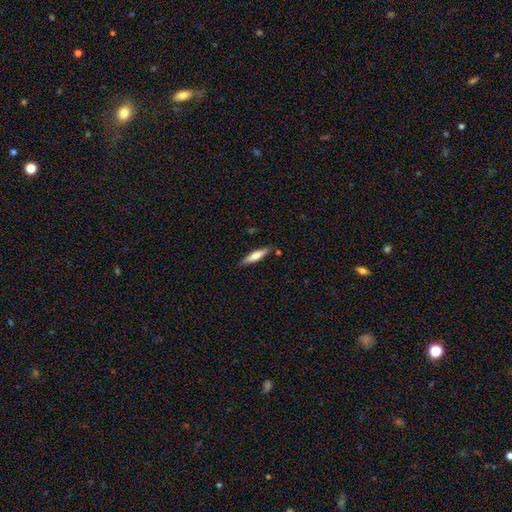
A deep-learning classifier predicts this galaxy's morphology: A smooth galaxy with no disk features (69%) that is cigar-shaped (75%).

Vote fractions:
- Smooth or featured? smooth: 69% / featured or disk: 25% / star or artifact: 6%
- How rounded? cigar-shaped: 75% / in between: 23% / round: 1%
- Merging? none: 82% / minor disturbance: 13% / merger: 3% / major disturbance: 2%